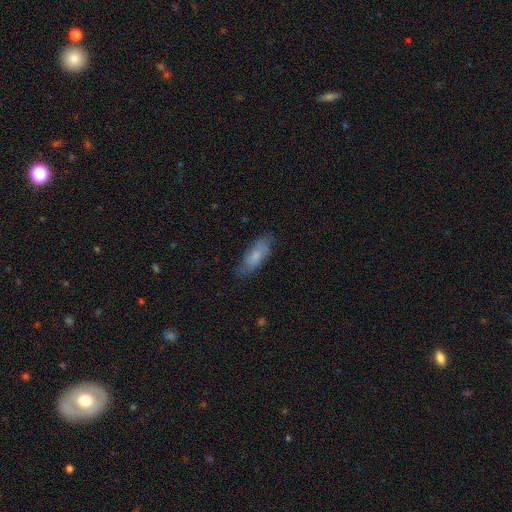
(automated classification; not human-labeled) Smooth or featured?
  - smooth: 66% *
  - featured or disk: 27%
  - star or artifact: 7%
How rounded?
  - in between: 71% *
  - cigar-shaped: 26%
  - round: 2%
Merging?
  - none: 72% *
  - minor disturbance: 20%
  - major disturbance: 6%
  - merger: 1%